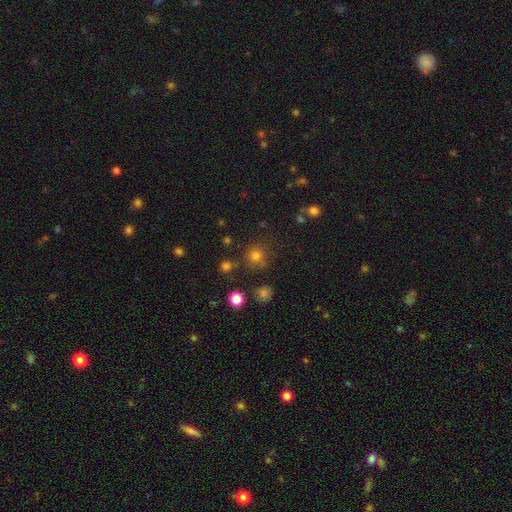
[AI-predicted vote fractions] smooth_or_featured: smooth (p=0.75) [alt: star or artifact p=0.19]
how_rounded: round (p=0.91) [alt: in between p=0.08]
merging: none (p=0.79) [alt: minor disturbance p=0.10]